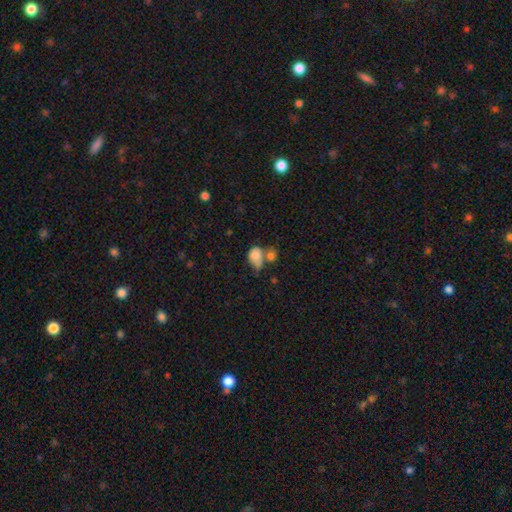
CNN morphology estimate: A smooth galaxy with no disk features (80%) that is in between round and cigar-shaped (70%).

Vote fractions:
- Smooth or featured? smooth: 80% / featured or disk: 12% / star or artifact: 9%
- How rounded? in between: 70% / round: 28% / cigar-shaped: 1%
- Merging? merger: 41% / none: 27% / minor disturbance: 21% / major disturbance: 12%